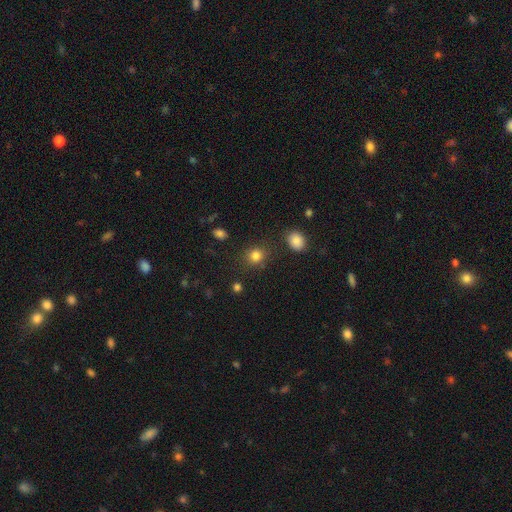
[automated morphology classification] Q: Smooth or featured?
A: smooth (82%); runner-up: star or artifact (13%)
Q: How rounded?
A: round (81%); runner-up: in between (18%)
Q: Merging?
A: none (83%); runner-up: minor disturbance (10%)